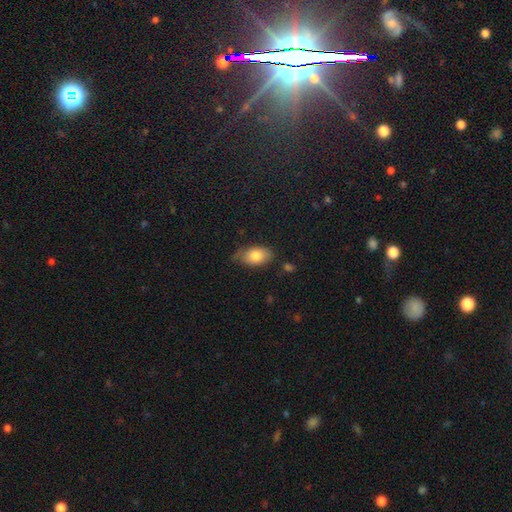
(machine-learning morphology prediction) smooth 80%, featured or disk 13%, star or artifact 7%. Down the decision tree: how rounded — in between (91%); merging — none (61%).